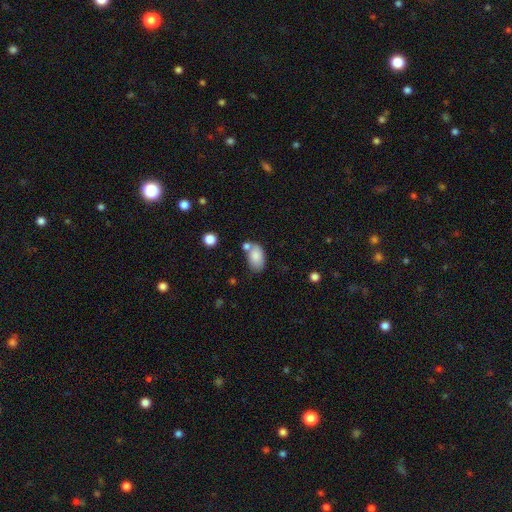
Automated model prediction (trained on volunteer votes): smooth 83%, featured or disk 10%, star or artifact 7%. Down the decision tree: how rounded — in between (91%); merging — none (51%).